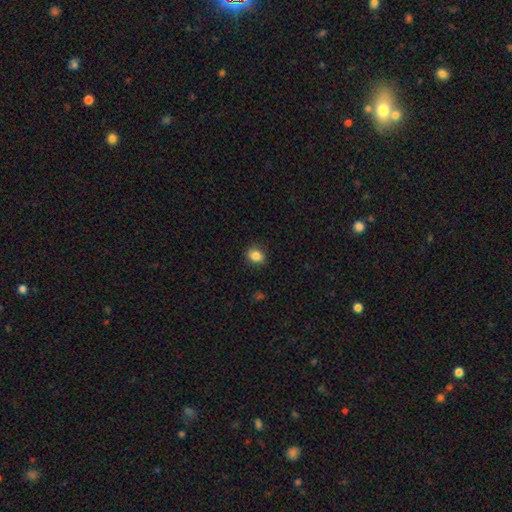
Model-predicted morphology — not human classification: The model was most divided on "how rounded": round: 56%, in between: 43%, cigar-shaped: 1%. More confident: merging — none (87%); smooth or featured — smooth (85%).